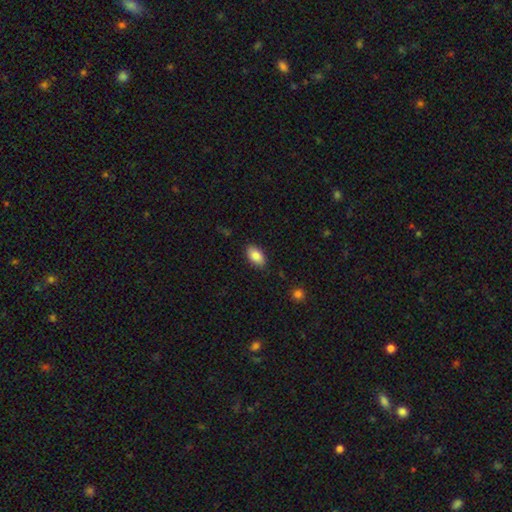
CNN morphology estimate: Q: Smooth or featured?
A: smooth (85%); runner-up: featured or disk (7%)
Q: How rounded?
A: in between (94%); runner-up: round (4%)
Q: Merging?
A: none (86%); runner-up: minor disturbance (10%)